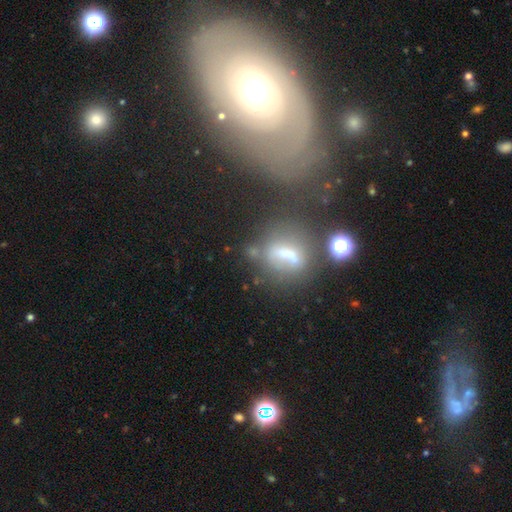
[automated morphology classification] Smooth or featured? featured or disk (48%)
Merging? none (52%)